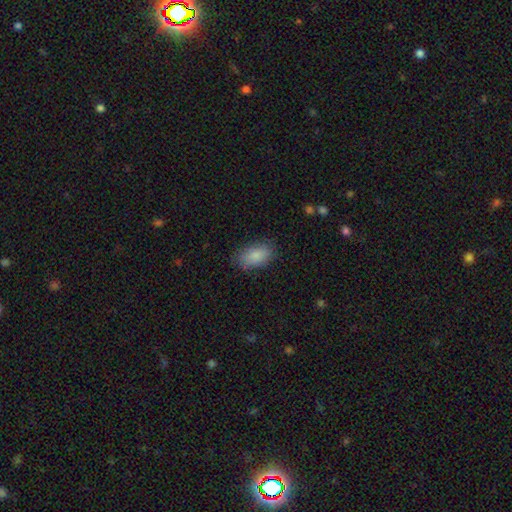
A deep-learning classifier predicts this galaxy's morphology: Smooth or featured? Predicted: smooth (p=0.87). How rounded? Predicted: in between (p=0.92). Merging? Predicted: none (p=0.82).